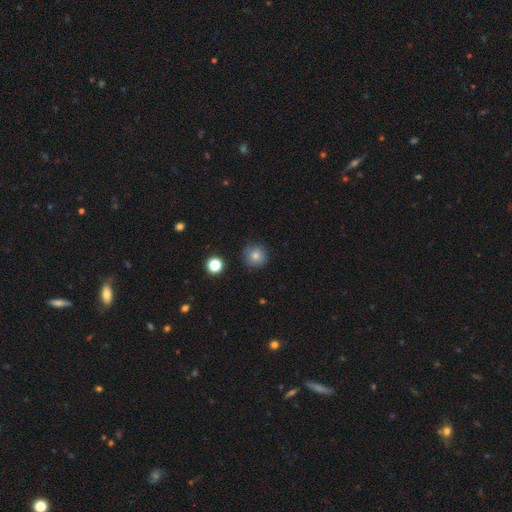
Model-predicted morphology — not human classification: Smooth or featured?
  - smooth: 80% *
  - star or artifact: 12%
  - featured or disk: 8%
How rounded?
  - round: 94% *
  - in between: 5%
  - cigar-shaped: 1%
Merging?
  - none: 84% *
  - minor disturbance: 11%
  - major disturbance: 3%
  - merger: 2%